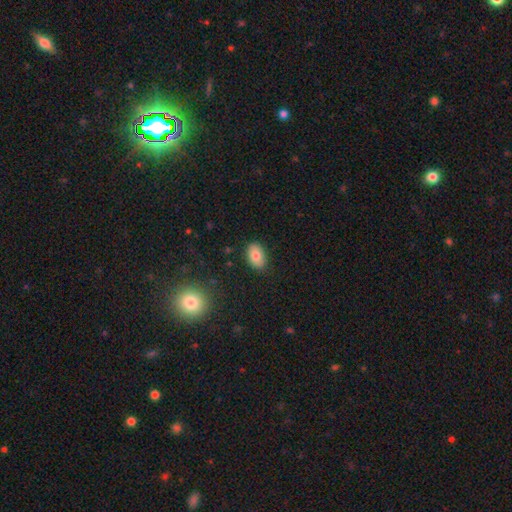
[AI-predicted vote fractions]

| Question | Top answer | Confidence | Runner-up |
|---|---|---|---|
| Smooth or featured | smooth | 80% | featured or disk (11%) |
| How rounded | in between | 88% | round (10%) |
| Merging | none | 85% | minor disturbance (11%) |